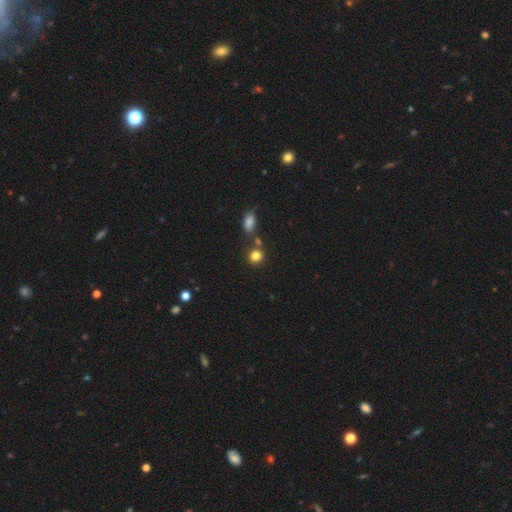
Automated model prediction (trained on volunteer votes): Smooth or featured? Predicted: smooth (p=0.82). How rounded? Predicted: round (p=0.84). Merging? Predicted: none (p=0.71).